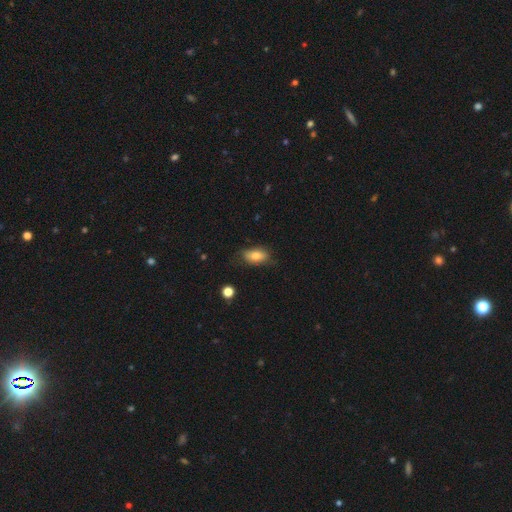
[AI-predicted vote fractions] Smooth or featured?
  - smooth: 77% *
  - featured or disk: 15%
  - star or artifact: 8%
How rounded?
  - in between: 89% *
  - round: 6%
  - cigar-shaped: 5%
Merging?
  - none: 68% *
  - minor disturbance: 24%
  - major disturbance: 6%
  - merger: 1%